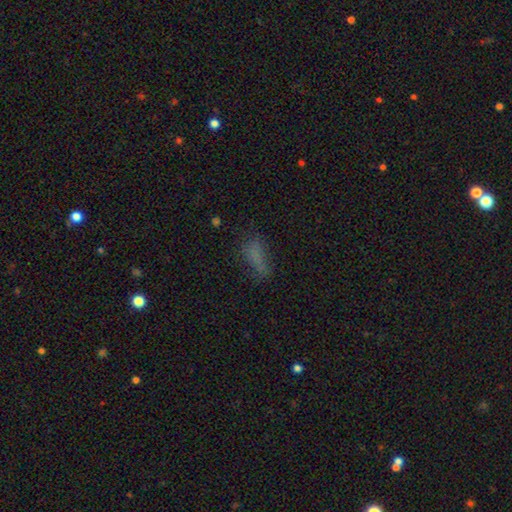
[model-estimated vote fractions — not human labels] smooth_or_featured: smooth (p=0.69) [alt: star or artifact p=0.17]
how_rounded: in between (p=0.62) [alt: cigar-shaped p=0.34]
merging: none (p=0.55) [alt: minor disturbance p=0.25]